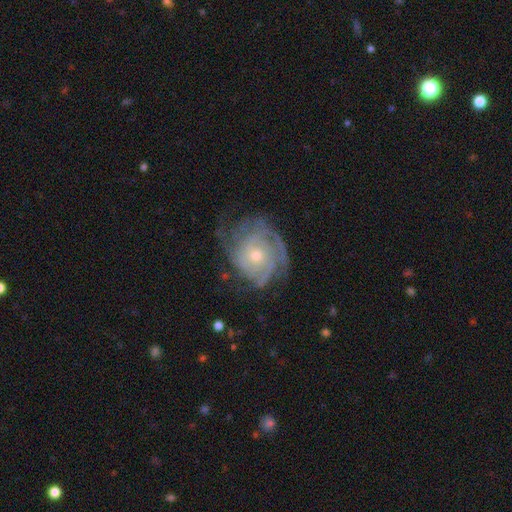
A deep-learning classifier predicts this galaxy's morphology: Smooth or featured? featured or disk (81%)
Edge-on disk? no (97%)
Bar? no (81%)
Spiral arms? yes (92%)
Spiral winding? tight (66%)
Spiral arm count? can't tell (39%)
Bulge size? small (57%)
Merging? none (59%)